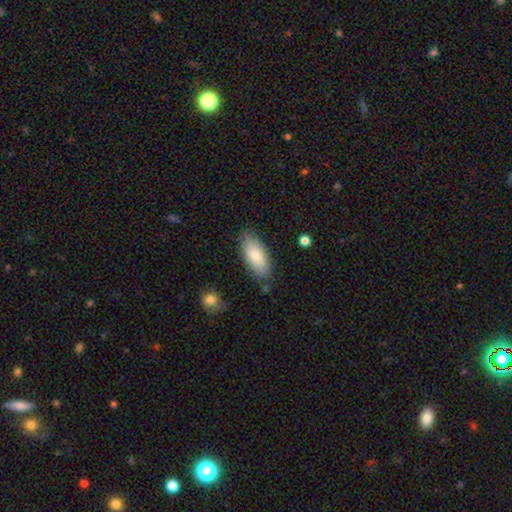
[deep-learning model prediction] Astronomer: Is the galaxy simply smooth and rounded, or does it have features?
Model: smooth — 82%.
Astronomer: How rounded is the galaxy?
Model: in between — 88%.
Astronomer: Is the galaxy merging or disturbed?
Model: none — 80%.